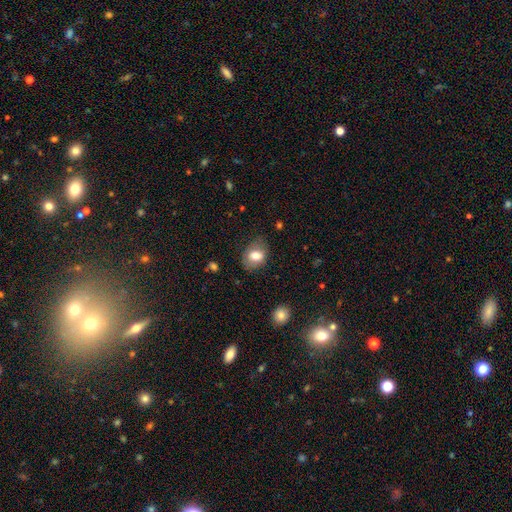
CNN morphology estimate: This appears to be a smooth galaxy with no disk features (76%) that is in between round and cigar-shaped (69%). Merging: none (76%).